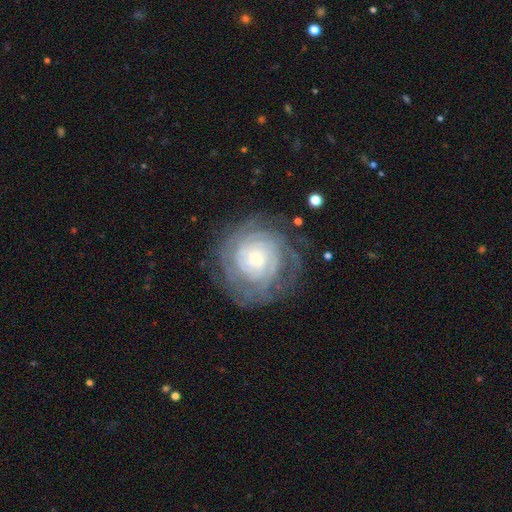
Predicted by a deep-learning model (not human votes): Smooth or featured: featured or disk — 78% (smooth — 14%)
Edge-on disk: no — 97% (yes — 3%)
Bar: no — 72% (weak — 22%)
Spiral arms: yes — 92% (no — 8%)
Spiral winding: tight — 82% (medium — 14%)
Spiral arm count: can't tell — 47% (4 — 14%)
Bulge size: small — 63% (moderate — 29%)
Merging: none — 79% (minor disturbance — 13%)